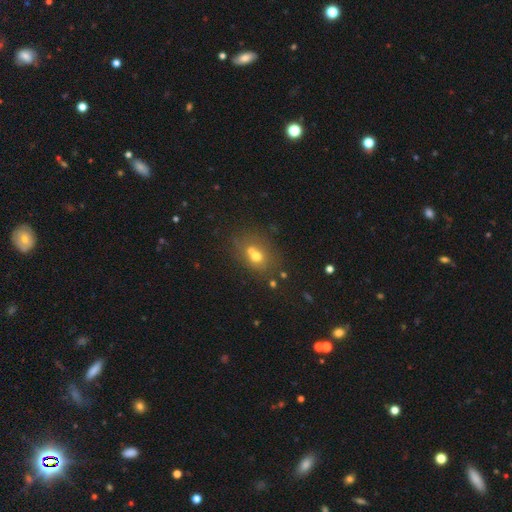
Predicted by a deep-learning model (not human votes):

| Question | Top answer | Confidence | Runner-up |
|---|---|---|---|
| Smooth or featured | smooth | 60% | featured or disk (23%) |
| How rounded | round | 54% | in between (45%) |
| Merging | merger | 45% | none (40%) |